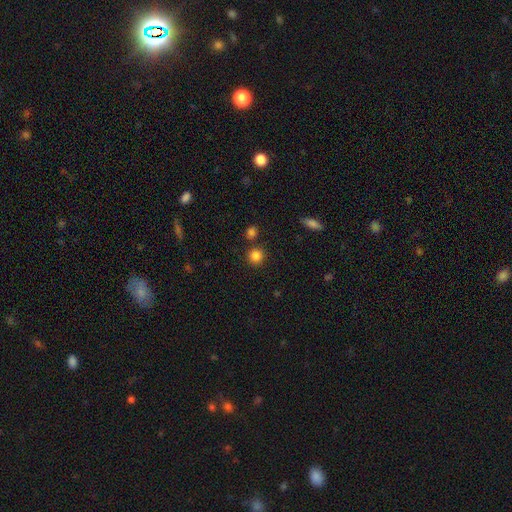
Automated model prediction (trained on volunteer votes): Q: Smooth or featured?
A: smooth (84%); runner-up: star or artifact (12%)
Q: How rounded?
A: round (92%); runner-up: in between (7%)
Q: Merging?
A: none (83%); runner-up: merger (8%)